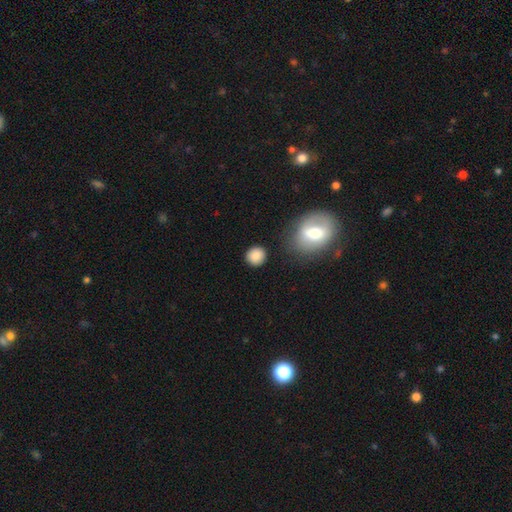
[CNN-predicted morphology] Smooth or featured? smooth (86%)
How rounded? round (88%)
Merging? none (85%)